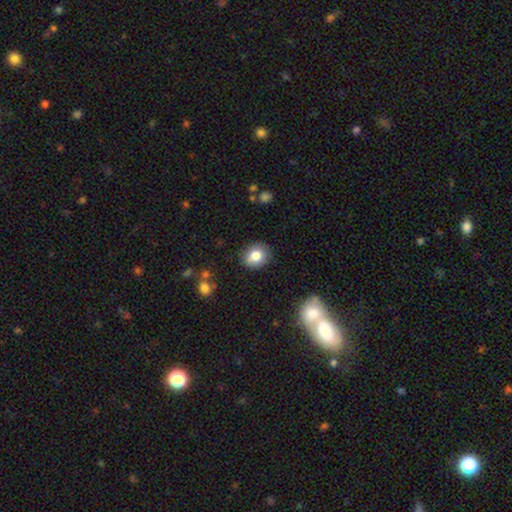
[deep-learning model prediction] This is clearly a smooth galaxy (81%). How rounded: possibly round (58%). Merging: clearly none (84%).